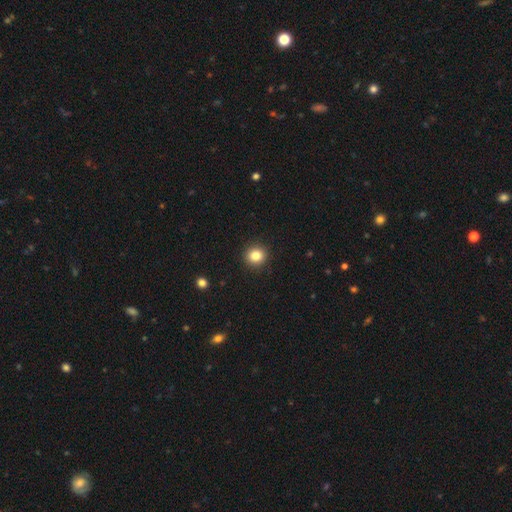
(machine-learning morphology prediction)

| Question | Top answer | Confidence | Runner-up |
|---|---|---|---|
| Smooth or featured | smooth | 84% | star or artifact (11%) |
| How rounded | round | 88% | in between (11%) |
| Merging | none | 92% | minor disturbance (5%) |